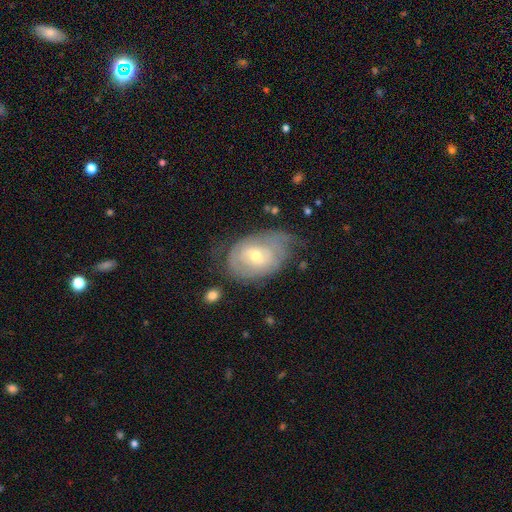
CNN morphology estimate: smooth-or-featured: featured or disk: 69% | smooth: 24% | star or artifact: 7%
  disk-edge-on: no: 94% | yes: 6%
    bar: no: 46% | weak: 43% | strong: 11%
    has-spiral-arms: yes: 74% | no: 26%
    bulge-size: moderate: 55% | small: 41% | large: 2% | none: 1% | dominant: 1%
  merging: none: 50% | minor disturbance: 30% | major disturbance: 18% | merger: 2%